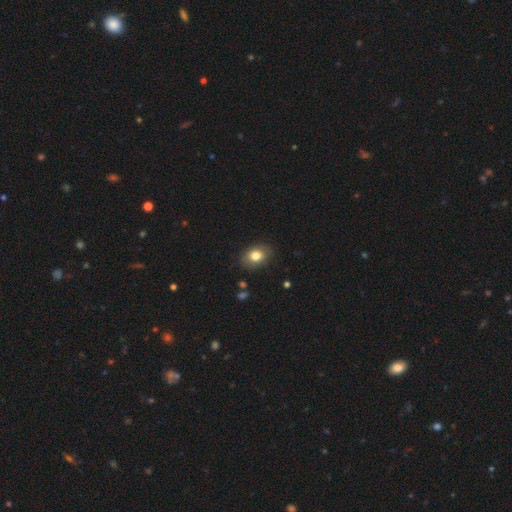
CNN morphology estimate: A smooth galaxy with no disk features (79%) that is in between round and cigar-shaped (68%). Merging: none (84%).